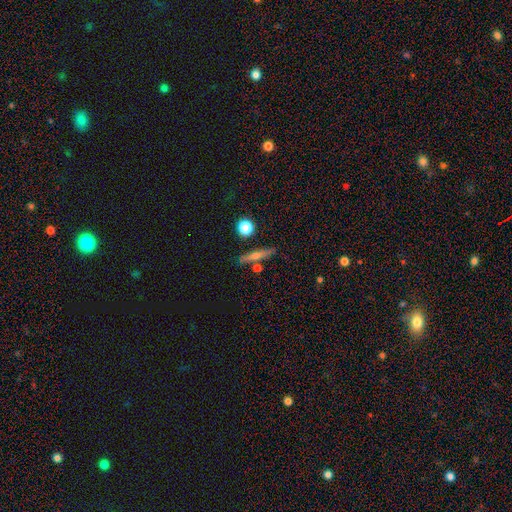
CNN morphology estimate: smooth_or_featured: featured or disk (p=0.49) [alt: smooth p=0.41]
merging: none (p=0.83) [alt: minor disturbance p=0.09]